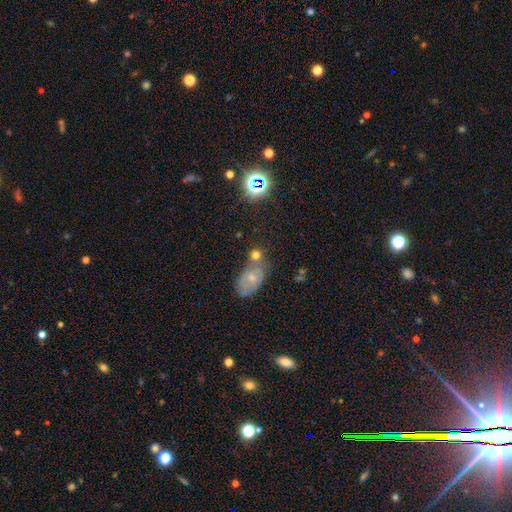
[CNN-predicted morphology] Smooth or featured?
  - smooth: 53% *
  - featured or disk: 25%
  - star or artifact: 22%
How rounded?
  - in between: 67% *
  - round: 30%
  - cigar-shaped: 3%
Merging?
  - none: 50% *
  - merger: 21%
  - minor disturbance: 19%
  - major disturbance: 9%